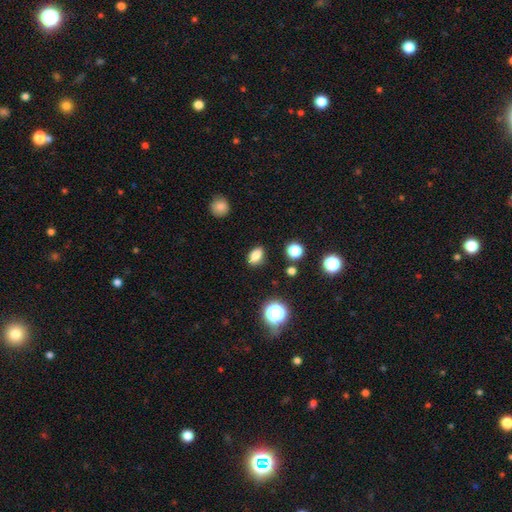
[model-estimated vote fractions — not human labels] This appears to be a smooth galaxy with no disk features (82%) that is in between round and cigar-shaped (83%). Merging: none (87%).